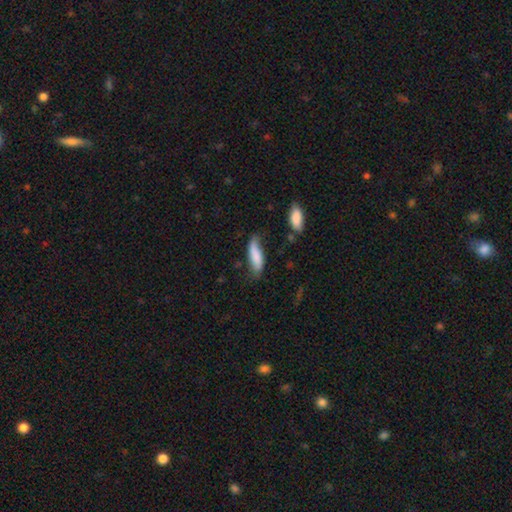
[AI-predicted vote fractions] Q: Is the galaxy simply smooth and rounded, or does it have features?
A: smooth — 71%.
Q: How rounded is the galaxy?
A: in between — 54%.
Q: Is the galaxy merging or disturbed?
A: none — 51%.